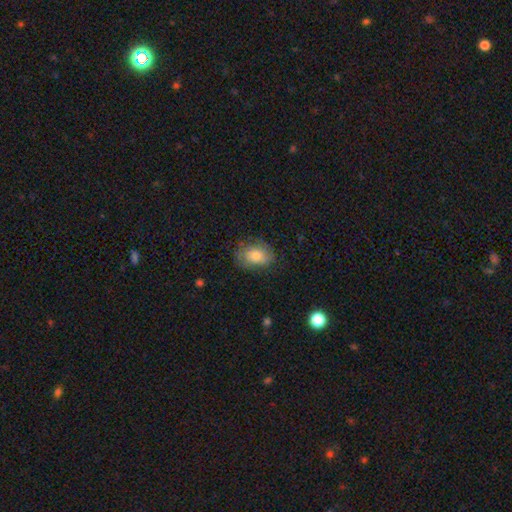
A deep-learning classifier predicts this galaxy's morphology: Overall: smooth (74%). How rounded: in between (78%). Merging: none (73%).